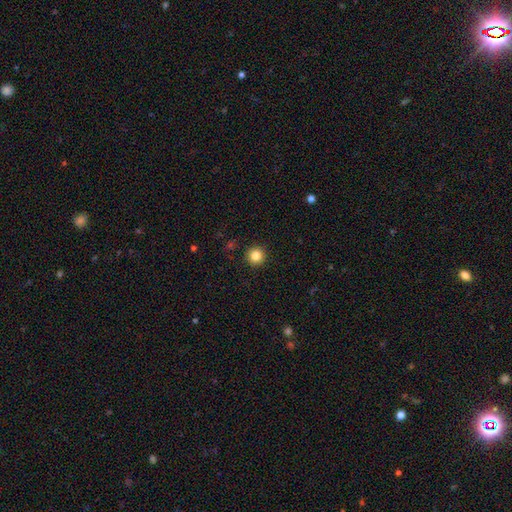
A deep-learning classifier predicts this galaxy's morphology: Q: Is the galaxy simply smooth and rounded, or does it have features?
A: smooth — 84%.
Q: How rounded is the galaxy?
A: round — 96%.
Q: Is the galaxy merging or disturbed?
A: none — 93%.